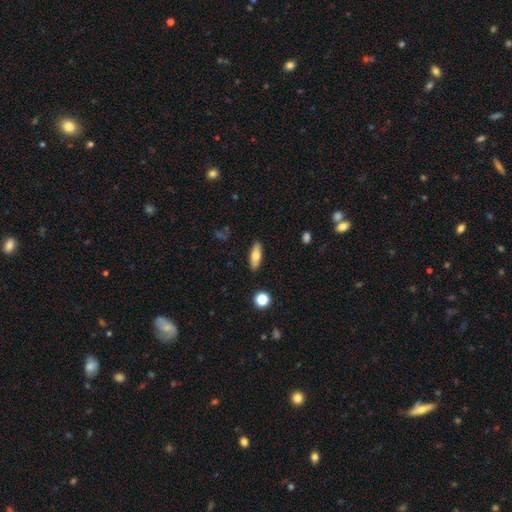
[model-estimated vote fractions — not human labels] smooth_or_featured: smooth (p=0.68) [alt: featured or disk p=0.25]
how_rounded: in between (p=0.63) [alt: cigar-shaped p=0.34]
merging: none (p=0.89) [alt: minor disturbance p=0.08]